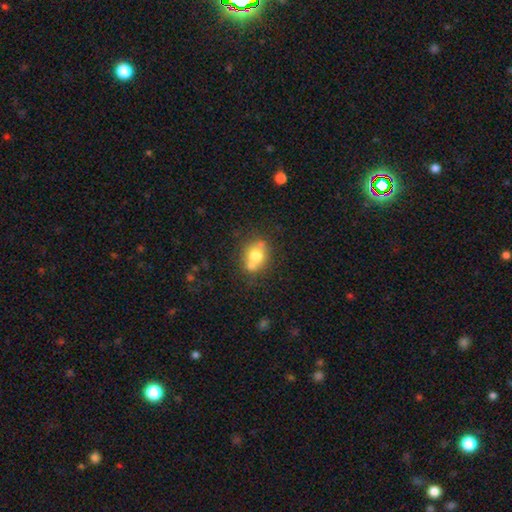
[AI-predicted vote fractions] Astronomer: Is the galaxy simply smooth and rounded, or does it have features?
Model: smooth — 67%.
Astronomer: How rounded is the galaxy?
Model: round — 68%.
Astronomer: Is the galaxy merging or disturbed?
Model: none — 51% (runner-up: merger, 31%).